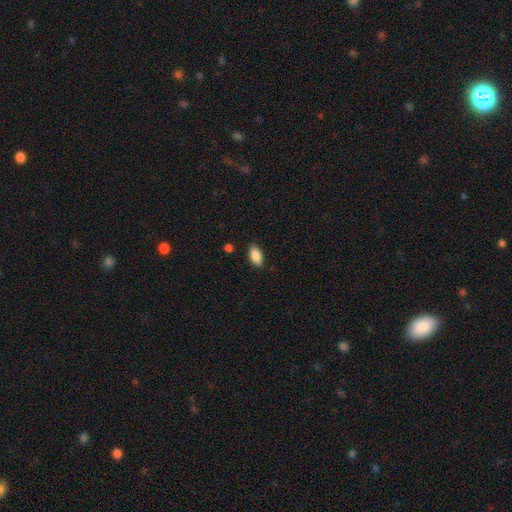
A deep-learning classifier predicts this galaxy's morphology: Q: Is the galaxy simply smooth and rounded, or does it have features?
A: smooth — 89%.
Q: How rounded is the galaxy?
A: in between — 91%.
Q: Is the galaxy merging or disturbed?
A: none — 87%.